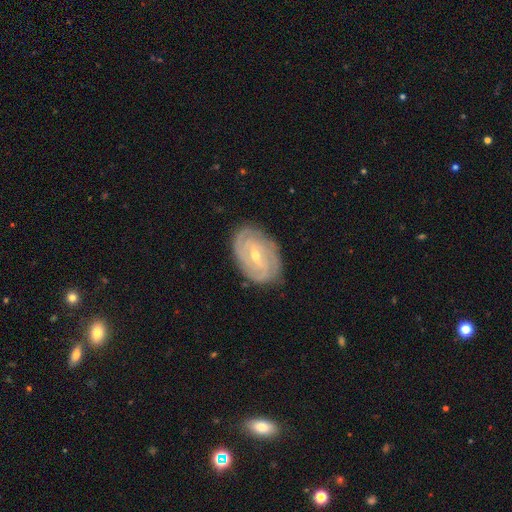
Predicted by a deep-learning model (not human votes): Smooth or featured: featured or disk — 86% (smooth — 9%)
Edge-on disk: no — 96% (yes — 4%)
Bar: weak — 49% (strong — 29%)
Spiral arms: yes — 95% (no — 5%)
Spiral winding: tight — 74% (medium — 21%)
Spiral arm count: 2 — 37% (can't tell — 26%)
Bulge size: small — 55% (moderate — 43%)
Merging: none — 82% (minor disturbance — 14%)